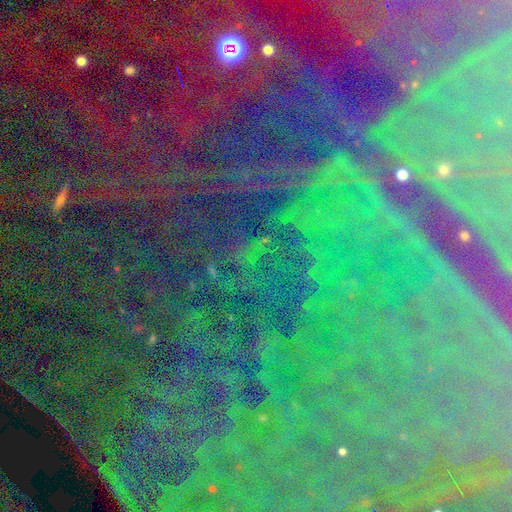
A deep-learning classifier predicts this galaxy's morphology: Smooth or featured? Predicted: star or artifact (p=0.87).